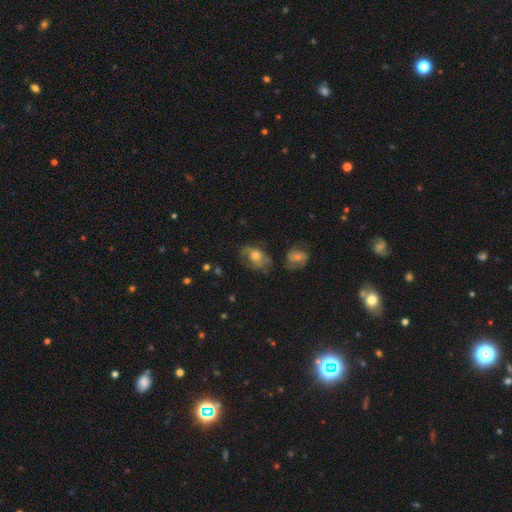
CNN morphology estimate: smooth-or-featured: featured or disk: 47% | smooth: 44% | star or artifact: 9%
  merging: none: 48% | minor disturbance: 26% | major disturbance: 19% | merger: 7%